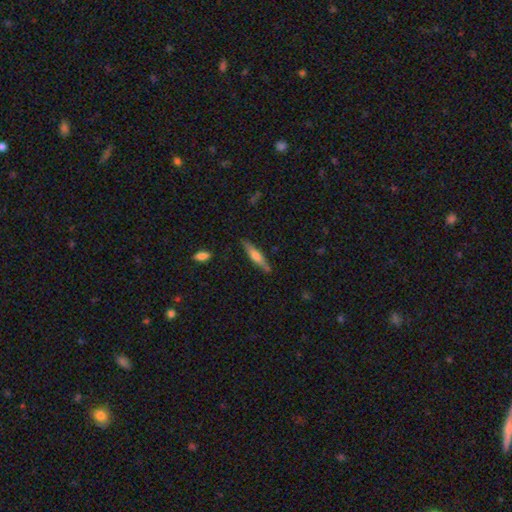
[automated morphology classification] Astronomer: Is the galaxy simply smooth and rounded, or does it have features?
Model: smooth — 53% (runner-up: featured or disk, 41%).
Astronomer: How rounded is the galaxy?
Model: cigar-shaped — 85%.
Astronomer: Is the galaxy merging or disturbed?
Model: none — 84%.